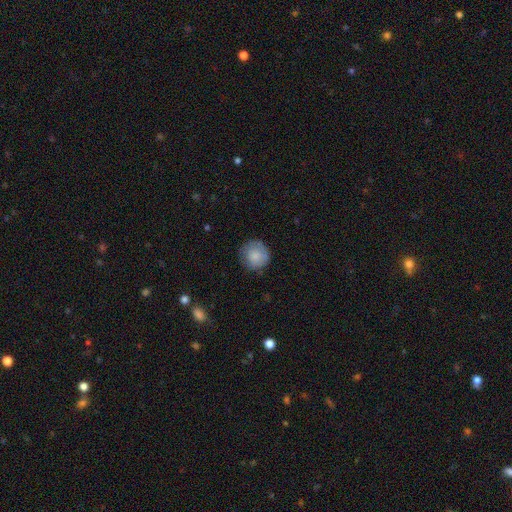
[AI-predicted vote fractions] Smooth or featured: smooth — 81% (featured or disk — 12%)
How rounded: round — 92% (in between — 7%)
Merging: none — 78% (minor disturbance — 17%)